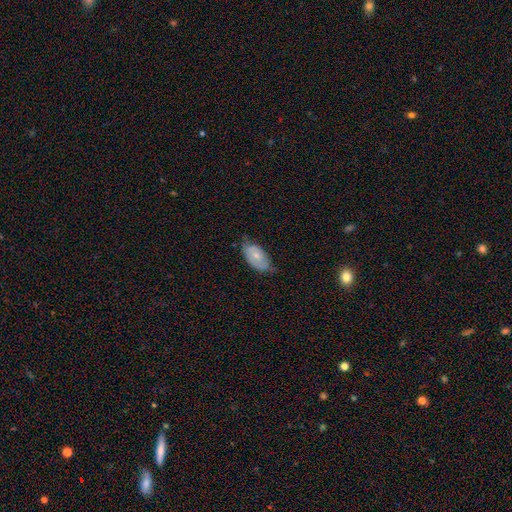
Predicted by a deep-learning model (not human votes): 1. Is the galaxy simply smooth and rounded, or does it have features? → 60% smooth, 33% featured or disk, 6% star or artifact.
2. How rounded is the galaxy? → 93% in between, 4% round, 2% cigar-shaped.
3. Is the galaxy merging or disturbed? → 52% none, 38% minor disturbance, 8% major disturbance, 2% merger.